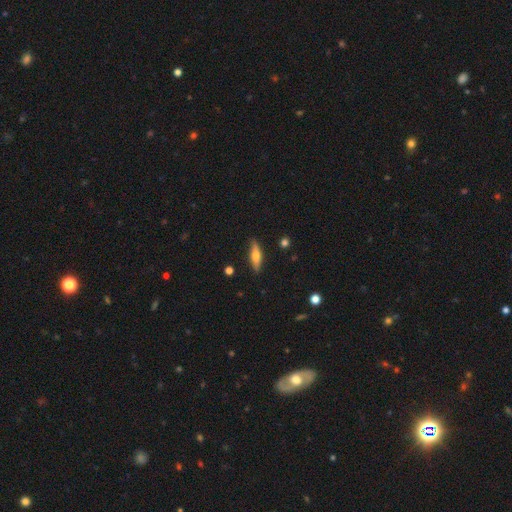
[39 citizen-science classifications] This is possibly a featured or disk galaxy (51%). It is clearly viewed edge-on (95%). Edge-on bulge: possibly rounded (53%). Merging: clearly none (85%).